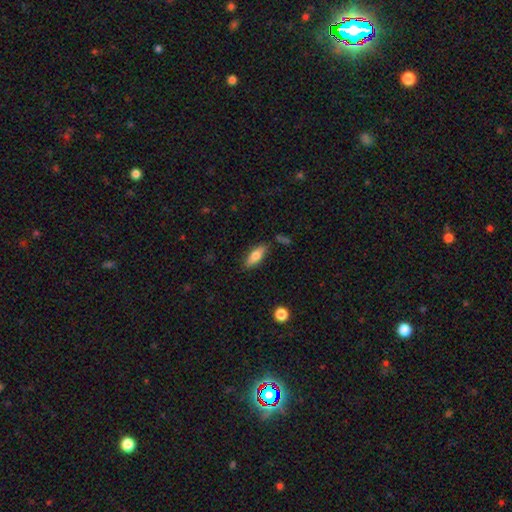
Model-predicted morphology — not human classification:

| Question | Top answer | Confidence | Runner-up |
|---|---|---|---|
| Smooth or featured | smooth | 73% | featured or disk (20%) |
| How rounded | in between | 69% | cigar-shaped (28%) |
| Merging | none | 79% | minor disturbance (14%) |